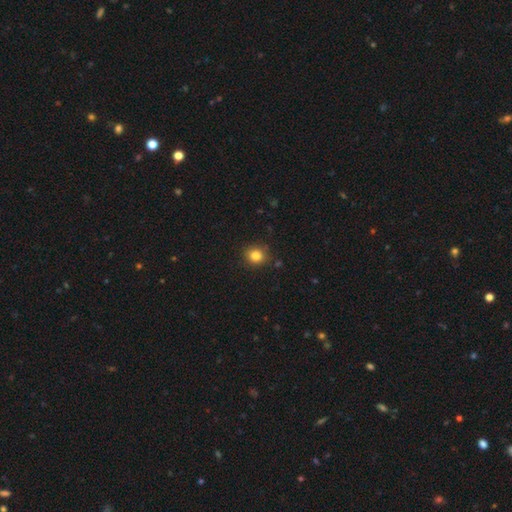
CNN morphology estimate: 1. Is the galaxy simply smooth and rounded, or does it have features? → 83% smooth, 12% star or artifact, 6% featured or disk.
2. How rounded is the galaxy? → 82% round, 17% in between, 1% cigar-shaped.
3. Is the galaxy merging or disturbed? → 88% none, 8% minor disturbance, 2% major disturbance, 2% merger.